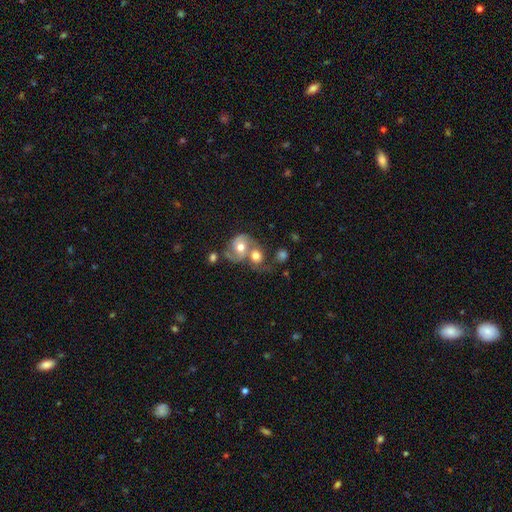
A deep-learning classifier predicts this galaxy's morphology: smooth-or-featured: featured or disk: 50% | smooth: 42% | star or artifact: 8%
  merging: merger: 60% | none: 23% | minor disturbance: 9% | major disturbance: 8%